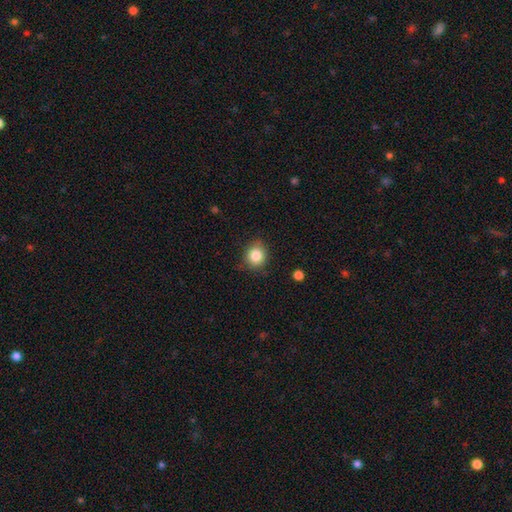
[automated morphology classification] type=smooth (85%); roundness=round (78%); merging=none (84%).